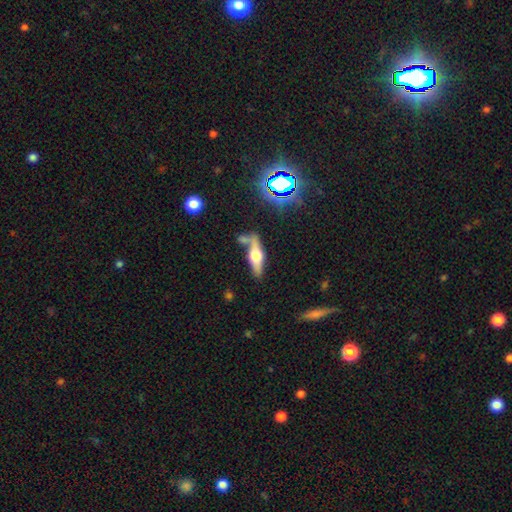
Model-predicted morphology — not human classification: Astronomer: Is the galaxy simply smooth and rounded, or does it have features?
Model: featured or disk — 57% (runner-up: smooth, 33%).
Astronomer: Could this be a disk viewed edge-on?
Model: yes — 87%.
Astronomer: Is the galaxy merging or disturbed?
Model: none — 58%.